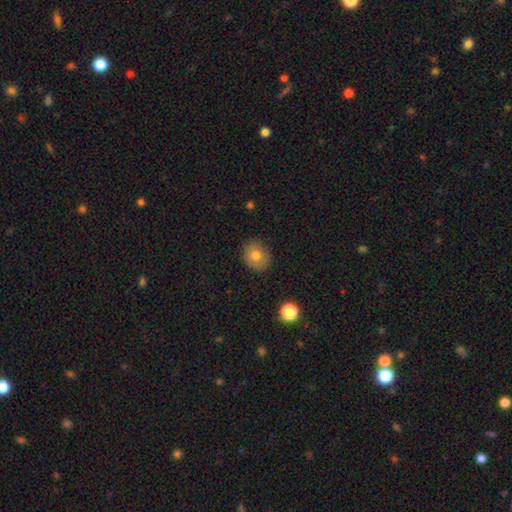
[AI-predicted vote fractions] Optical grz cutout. It shows a smooth galaxy with no disk features (77%) that is round (65%). Merging: none (85%).